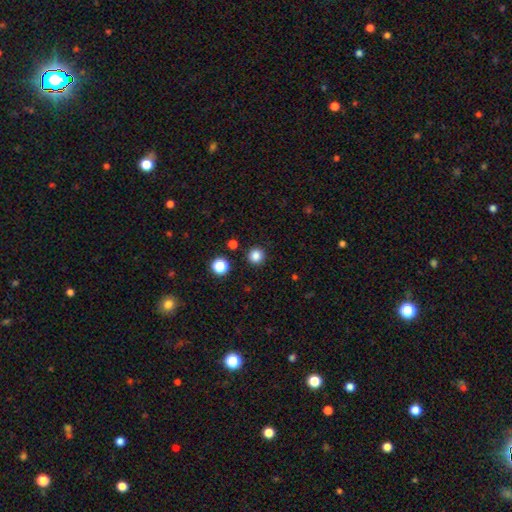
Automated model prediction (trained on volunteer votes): Q: Smooth or featured?
A: smooth (84%); runner-up: star or artifact (13%)
Q: How rounded?
A: round (96%); runner-up: in between (3%)
Q: Merging?
A: none (92%); runner-up: minor disturbance (5%)